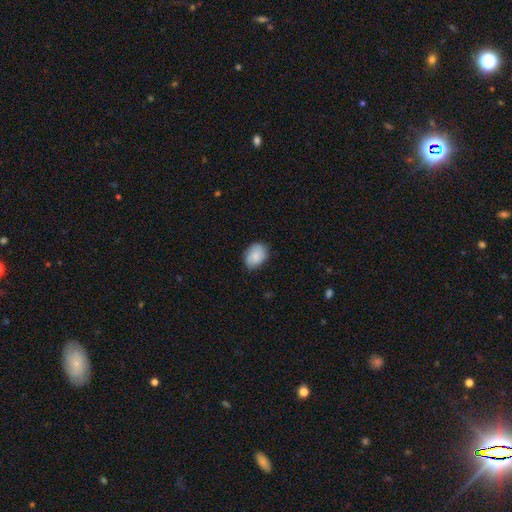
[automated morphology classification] A smooth galaxy with no disk features (81%) that is in between round and cigar-shaped (76%). Merging: none (79%).